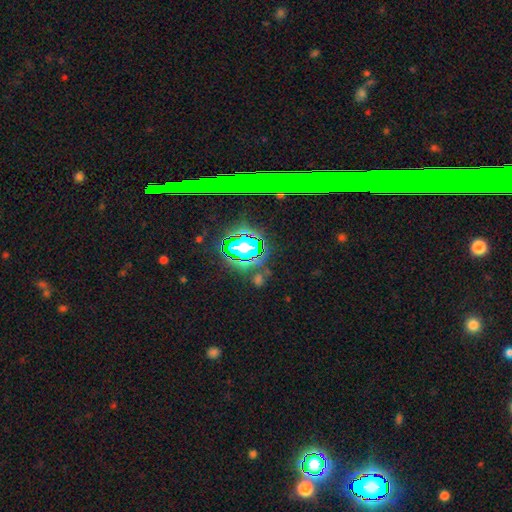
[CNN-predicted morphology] This is likely a star or artifact rather than a galaxy (74%).